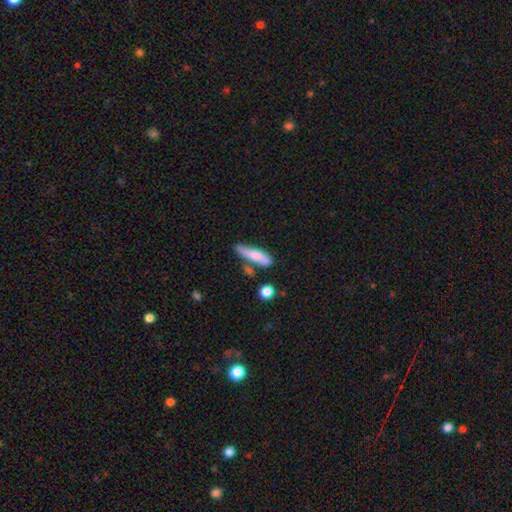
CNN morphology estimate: smooth-or-featured: smooth: 71% | featured or disk: 22% | star or artifact: 7%
  how-rounded: cigar-shaped: 71% | in between: 26% | round: 2%
  merging: none: 55% | minor disturbance: 26% | merger: 12% | major disturbance: 8%